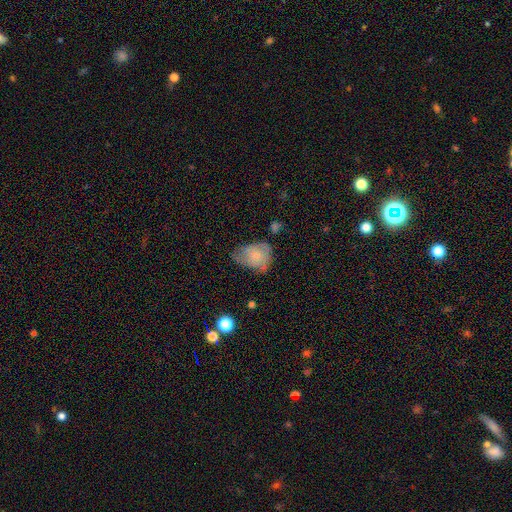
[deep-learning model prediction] Overall: smooth (64%; featured or disk 27%). How rounded: in between (67%; round 32%). Merging: minor disturbance (41%; none 32%).